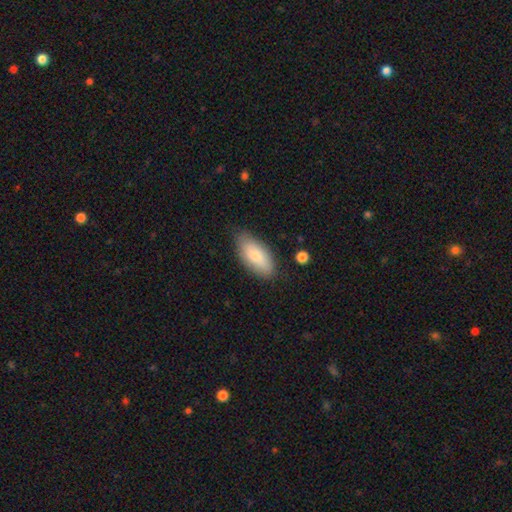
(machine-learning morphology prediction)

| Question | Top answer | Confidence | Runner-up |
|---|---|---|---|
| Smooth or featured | smooth | 80% | featured or disk (14%) |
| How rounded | in between | 89% | cigar-shaped (9%) |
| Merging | none | 78% | minor disturbance (17%) |